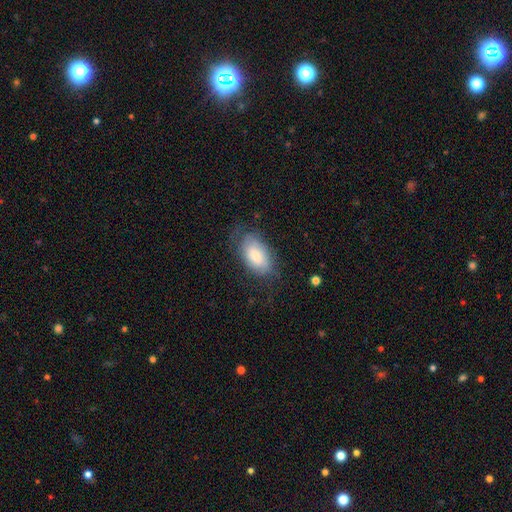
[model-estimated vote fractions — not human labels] A smooth galaxy with no disk features (69%) that is in between round and cigar-shaped (93%).

Vote fractions:
- Smooth or featured? smooth: 69% / featured or disk: 24% / star or artifact: 7%
- How rounded? in between: 93% / round: 5% / cigar-shaped: 2%
- Merging? none: 61% / minor disturbance: 26% / major disturbance: 12% / merger: 1%